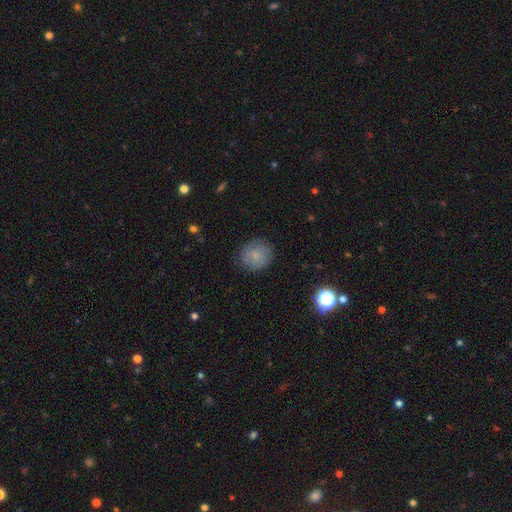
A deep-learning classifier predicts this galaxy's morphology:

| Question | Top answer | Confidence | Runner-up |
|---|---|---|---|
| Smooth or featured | smooth | 78% | featured or disk (12%) |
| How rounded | round | 86% | in between (13%) |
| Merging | none | 82% | minor disturbance (13%) |